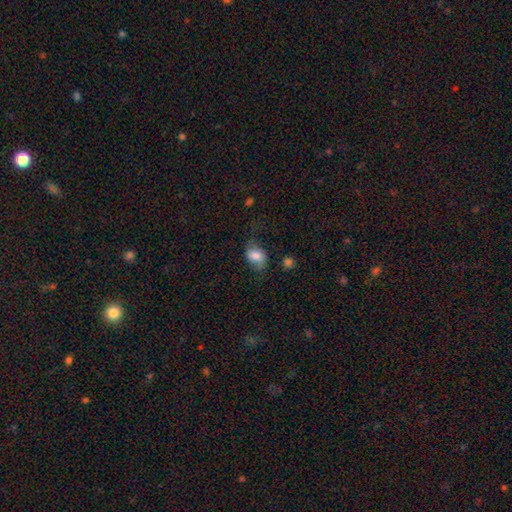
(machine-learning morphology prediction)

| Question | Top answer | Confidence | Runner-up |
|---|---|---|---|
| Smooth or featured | smooth | 76% | featured or disk (16%) |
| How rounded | in between | 76% | round (22%) |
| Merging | none | 55% | minor disturbance (28%) |